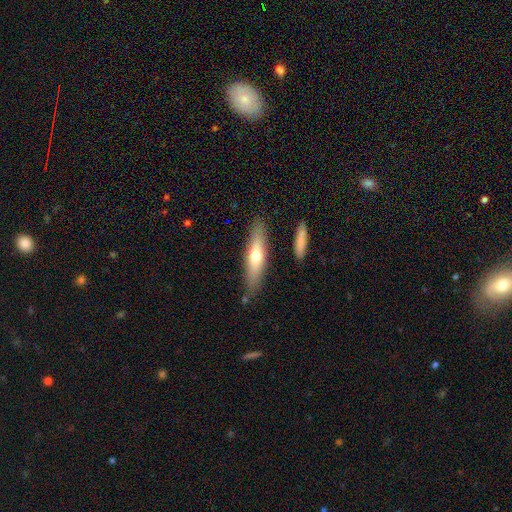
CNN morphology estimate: type=smooth (58%); roundness=cigar-shaped (75%); merging=none (81%).